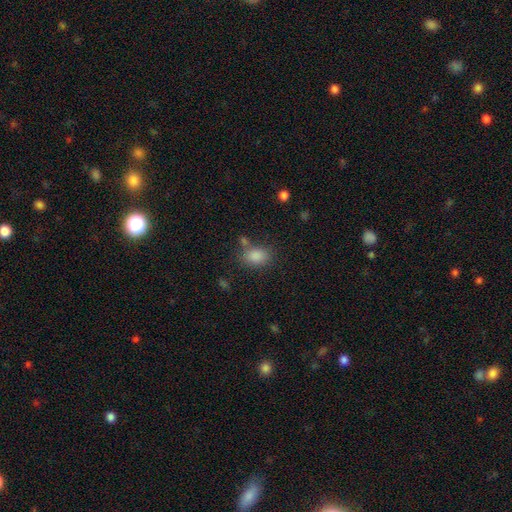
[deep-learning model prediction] Smooth or featured? smooth (84%)
How rounded? in between (80%)
Merging? none (71%)